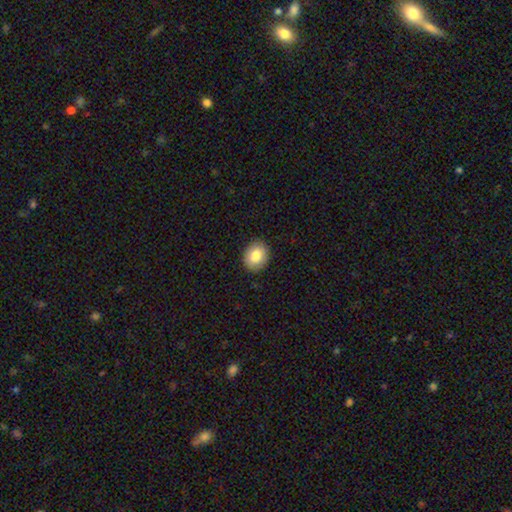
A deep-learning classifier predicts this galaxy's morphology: Overall: smooth (82%). How rounded: in between (50%; round 49%). Merging: none (88%).